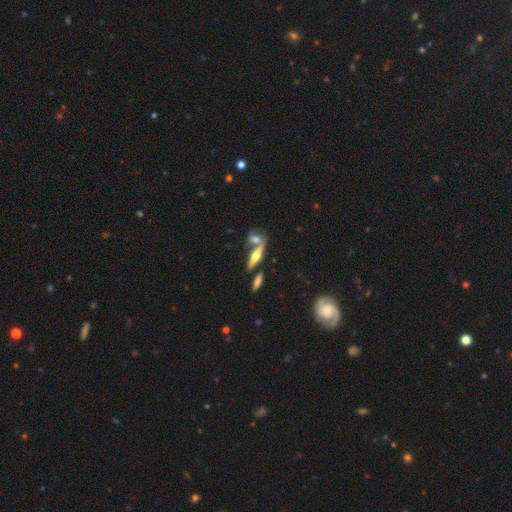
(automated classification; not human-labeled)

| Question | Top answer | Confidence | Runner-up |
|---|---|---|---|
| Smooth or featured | featured or disk | 60% | smooth (32%) |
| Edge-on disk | yes | 91% | no (9%) |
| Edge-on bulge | rounded | 92% | boxy (5%) |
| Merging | none | 57% | merger (29%) |